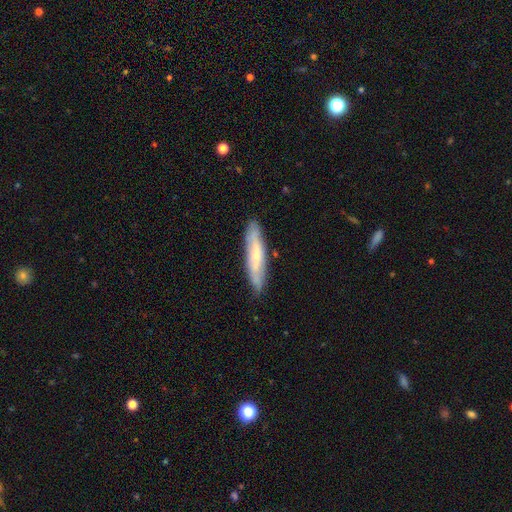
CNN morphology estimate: Smooth or featured? Predicted: featured or disk (p=0.48). Merging? Predicted: none (p=0.82).